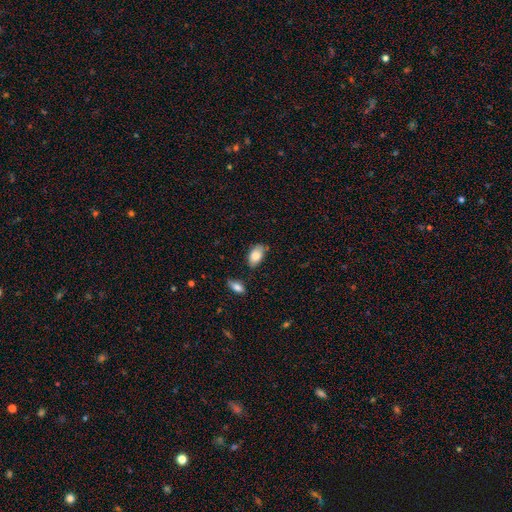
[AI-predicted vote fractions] A smooth galaxy with no disk features (84%) that is in between round and cigar-shaped (93%).

Vote fractions:
- Smooth or featured? smooth: 84% / featured or disk: 9% / star or artifact: 7%
- How rounded? in between: 93% / round: 5% / cigar-shaped: 2%
- Merging? none: 69% / minor disturbance: 23% / major disturbance: 4% / merger: 4%